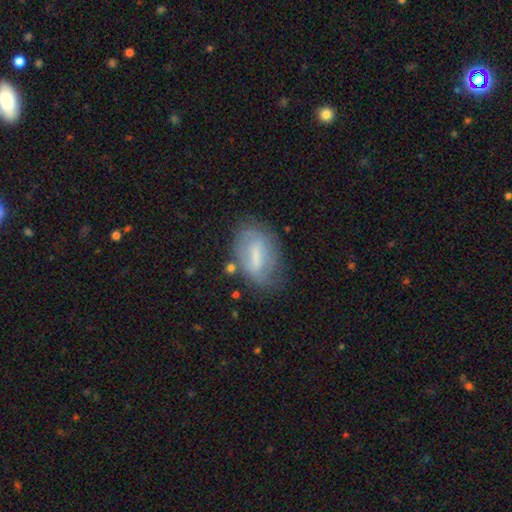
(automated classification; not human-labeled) A smooth galaxy with no disk features (50%).

Vote fractions:
- Smooth or featured? smooth: 50% / featured or disk: 42% / star or artifact: 9%
- Merging? none: 60% / minor disturbance: 26% / major disturbance: 10% / merger: 4%